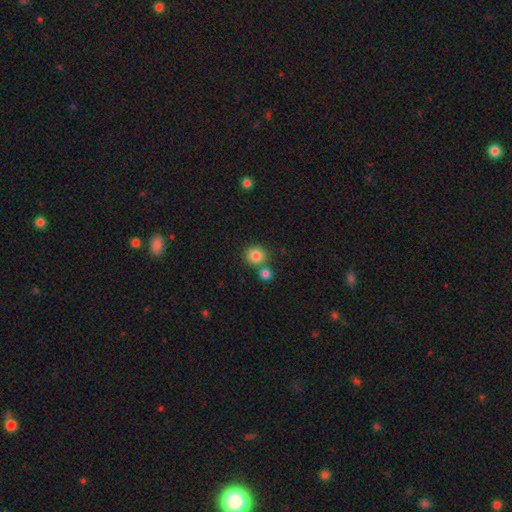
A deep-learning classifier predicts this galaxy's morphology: A smooth galaxy with no disk features (85%) that is round (88%). Merging: none (68%).